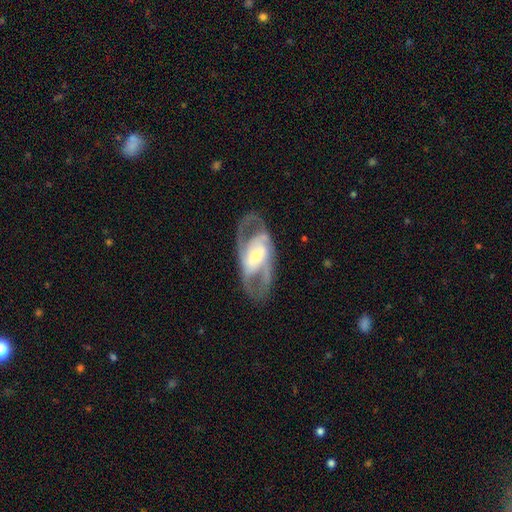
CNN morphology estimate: A featured or disk galaxy (84%) with a strong bar (37%), 2 (71%) medium (51%) spiral arms (87%) and a moderate central bulge (45%). Merging: none (72%).